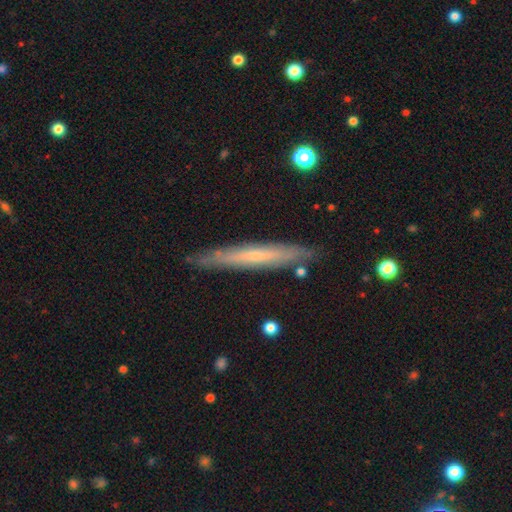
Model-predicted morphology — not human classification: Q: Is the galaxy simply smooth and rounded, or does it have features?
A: featured or disk — 53%.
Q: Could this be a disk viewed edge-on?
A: yes — 88%.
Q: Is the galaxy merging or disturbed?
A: none — 86%.